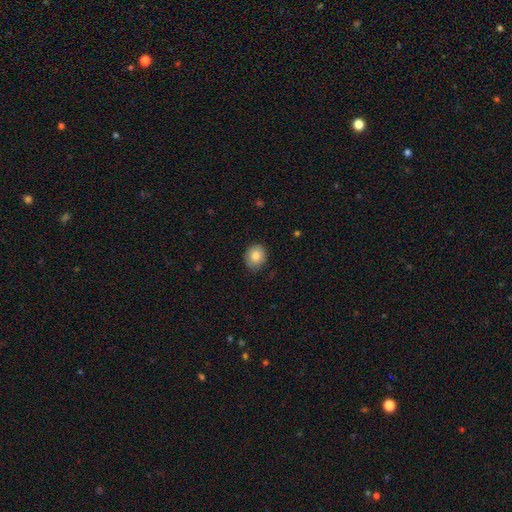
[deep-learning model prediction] This is clearly a smooth galaxy (84%). How rounded: likely round (63%). Merging: clearly none (80%).